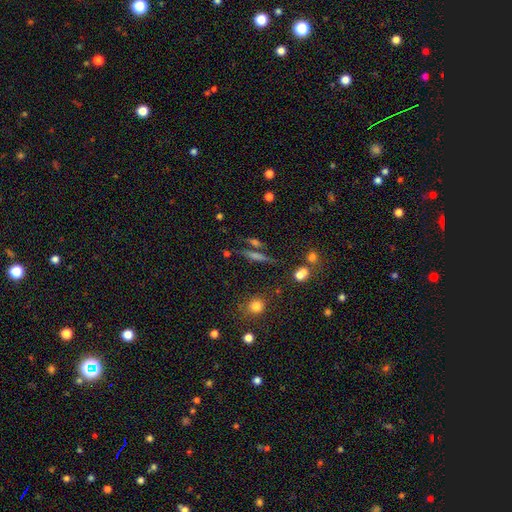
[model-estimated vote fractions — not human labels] Overall: smooth (40%; featured or disk 39%). Merging: none (75%).